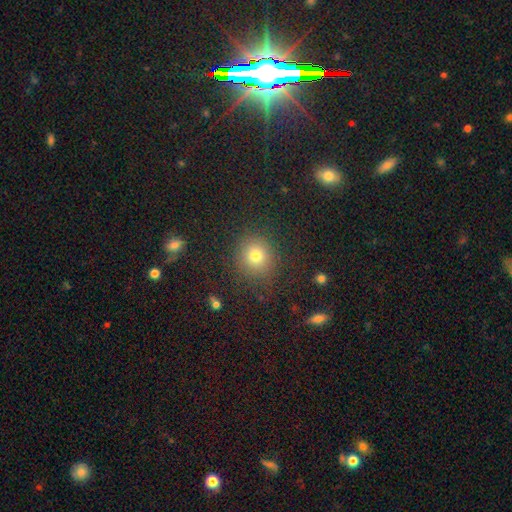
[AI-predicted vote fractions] This is likely a smooth galaxy (75%). How rounded: clearly round (90%). Merging: clearly none (87%).